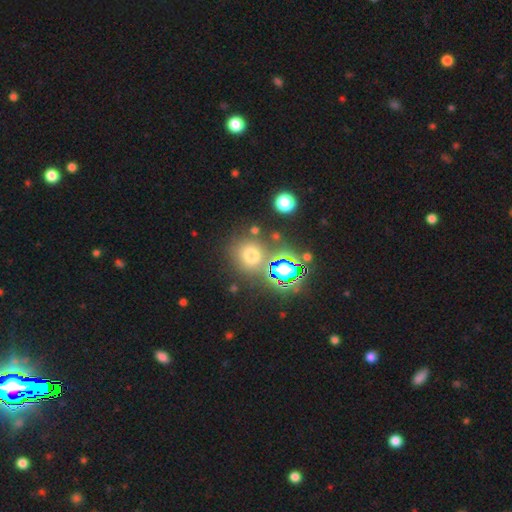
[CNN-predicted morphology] The model was most divided on "smooth or featured": smooth: 54%, star or artifact: 38%, featured or disk: 8%. More confident: how rounded — round (86%); merging — none (75%).